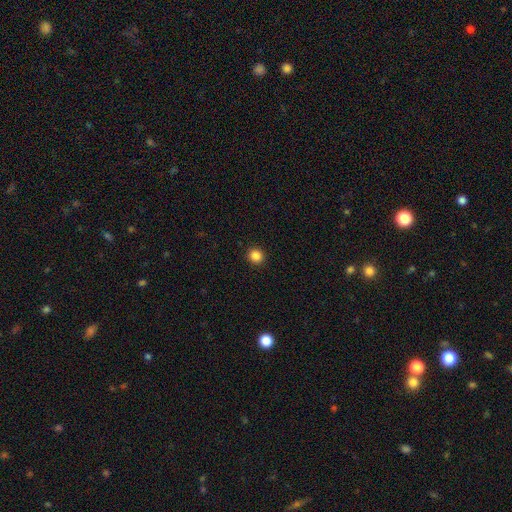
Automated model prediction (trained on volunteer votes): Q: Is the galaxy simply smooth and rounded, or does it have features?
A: smooth — 85%.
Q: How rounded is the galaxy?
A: round — 91%.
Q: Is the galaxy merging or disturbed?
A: none — 93%.